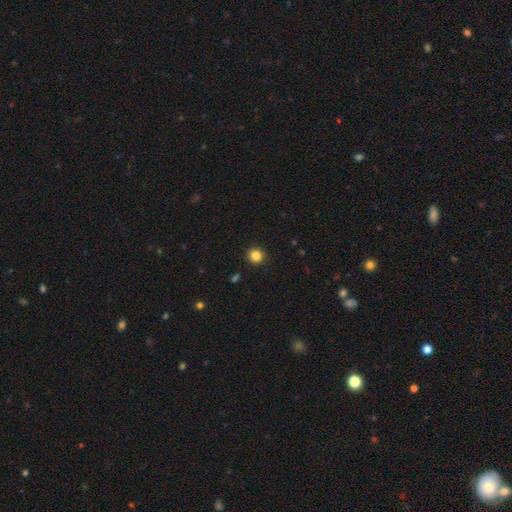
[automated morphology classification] Smooth or featured: smooth — 85% (star or artifact — 11%)
How rounded: round — 92% (in between — 7%)
Merging: none — 92% (minor disturbance — 5%)